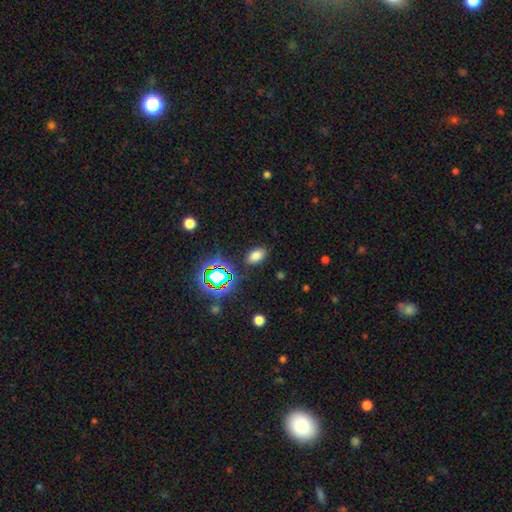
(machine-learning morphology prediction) The model was most divided on "smooth or featured": smooth: 71%, star or artifact: 23%, featured or disk: 7%. More confident: how rounded — in between (89%); merging — none (86%).